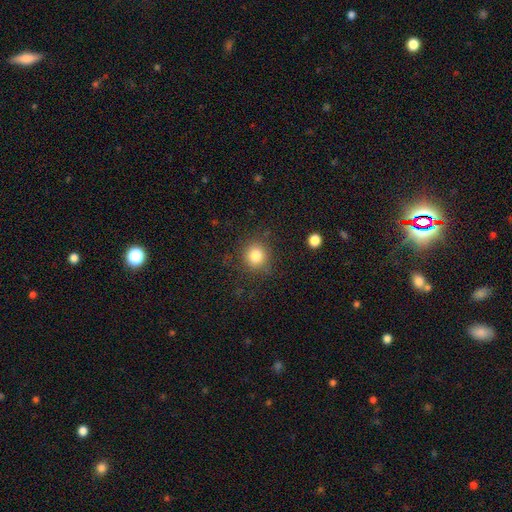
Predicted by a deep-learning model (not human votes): A smooth galaxy with no disk features (82%) that is round (88%). Merging: none (83%).